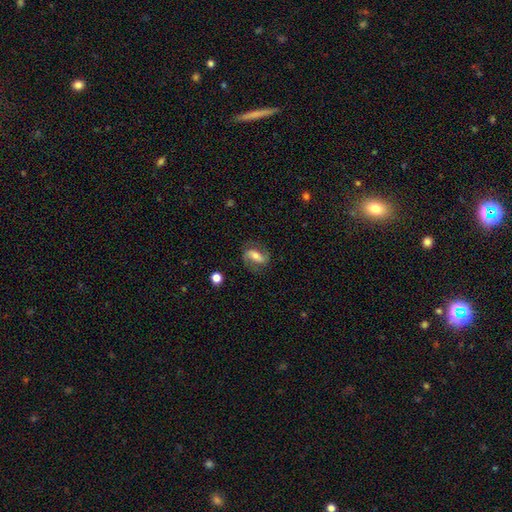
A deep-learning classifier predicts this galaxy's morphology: Smooth or featured: featured or disk — 67% (smooth — 25%)
Edge-on disk: no — 93% (yes — 7%)
Bar: strong — 46% (weak — 31%)
Spiral arms: yes — 88% (no — 12%)
Spiral winding: medium — 42% (loose — 36%)
Spiral arm count: 2 — 86% (can't tell — 6%)
Bulge size: moderate — 56% (small — 31%)
Merging: none — 74% (minor disturbance — 16%)